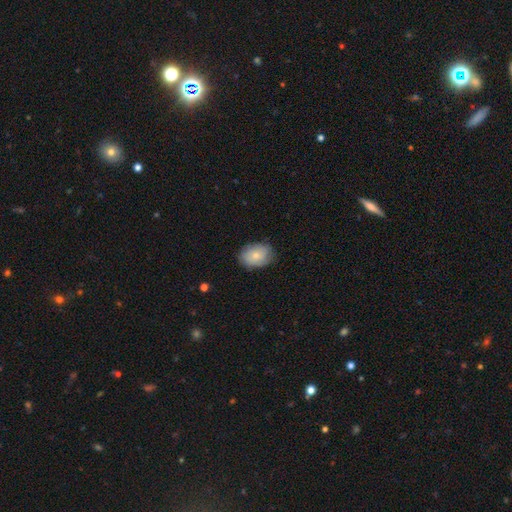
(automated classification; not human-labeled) A smooth galaxy with no disk features (75%) that is in between round and cigar-shaped (71%). Merging: none (78%).